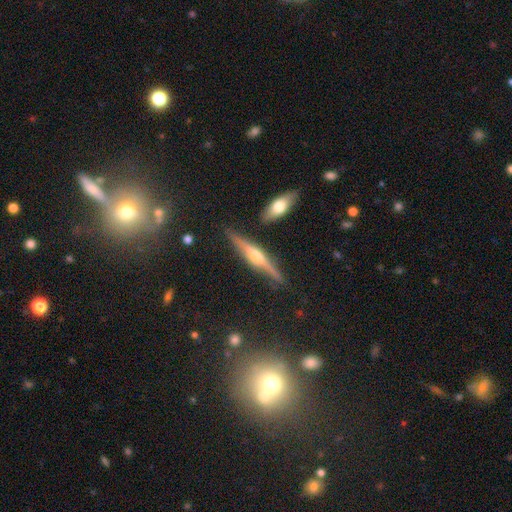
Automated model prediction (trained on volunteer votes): smooth-or-featured: featured or disk: 73% | smooth: 17% | star or artifact: 10%
  disk-edge-on: yes: 96% | no: 4%
    edge-on-bulge: rounded: 88% | boxy: 7% | none: 5%
  merging: none: 84% | minor disturbance: 10% | merger: 3% | major disturbance: 2%